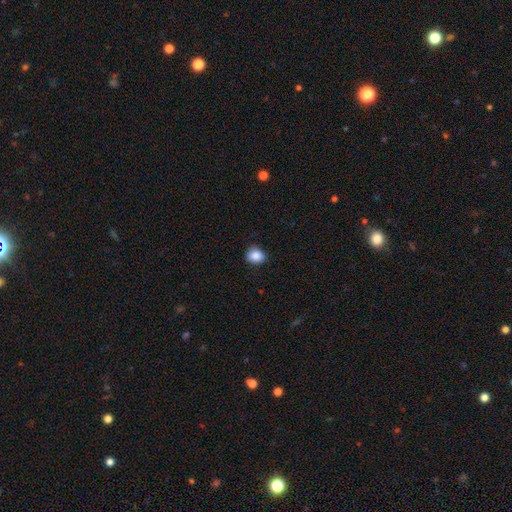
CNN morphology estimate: smooth 87%, star or artifact 9%, featured or disk 4%. Down the decision tree: how rounded — round (64%); merging — none (82%).